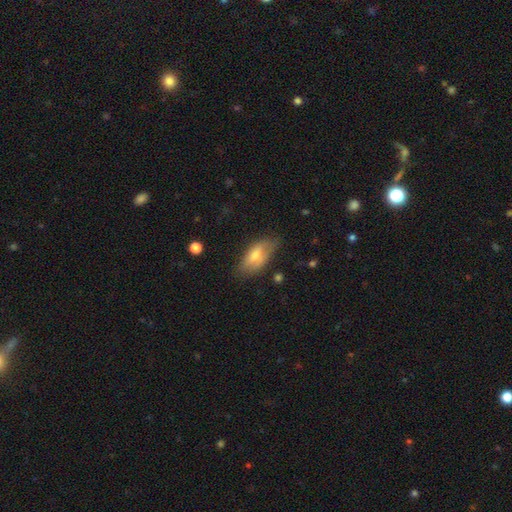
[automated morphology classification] Smooth or featured: smooth — 59% (featured or disk — 34%)
How rounded: in between — 84% (cigar-shaped — 13%)
Merging: none — 65% (minor disturbance — 26%)